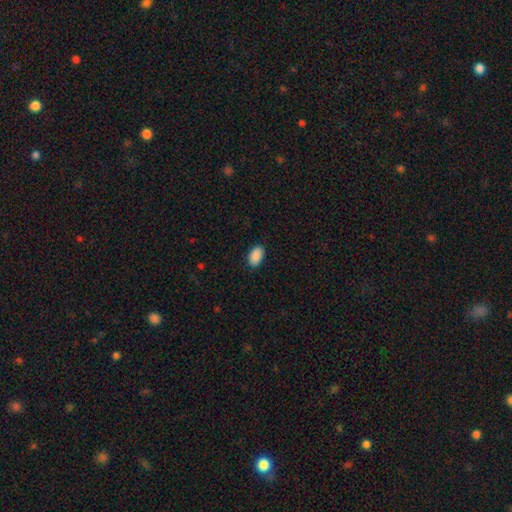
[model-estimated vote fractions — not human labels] This appears to be a smooth galaxy with no disk features (91%) that is in between round and cigar-shaped (94%). Merging: none (88%).